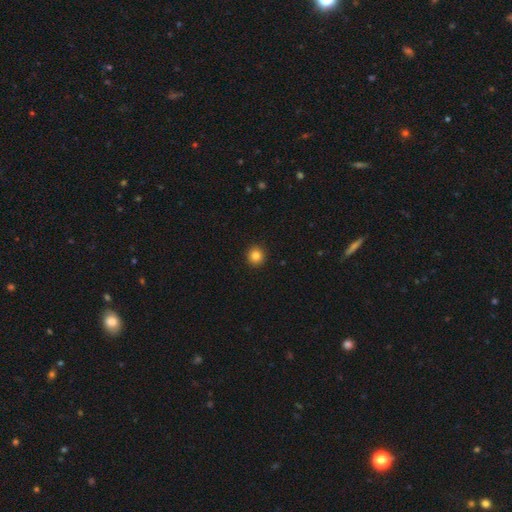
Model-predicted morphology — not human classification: A smooth galaxy with no disk features (85%) that is round (93%). Merging: none (93%).